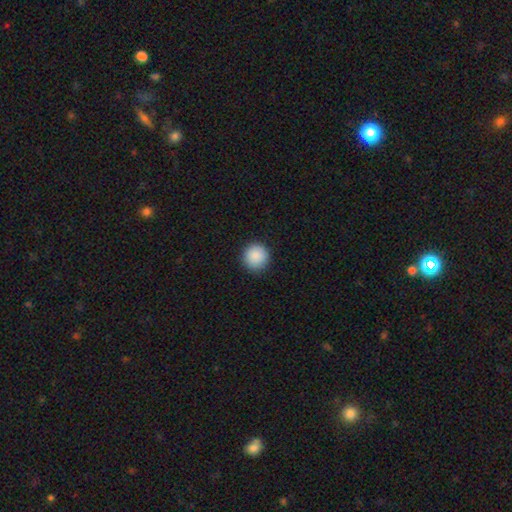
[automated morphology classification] Overall: smooth (89%). How rounded: round (95%). Merging: none (91%).